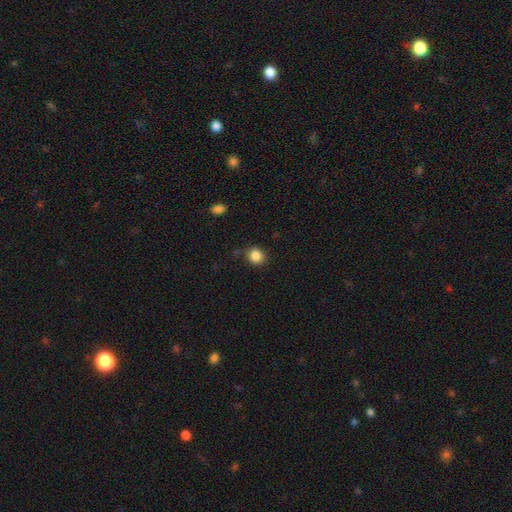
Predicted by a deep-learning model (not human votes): smooth-or-featured: smooth: 85% | star or artifact: 11% | featured or disk: 4%
  how-rounded: round: 78% | in between: 21% | cigar-shaped: 1%
  merging: none: 83% | minor disturbance: 12% | major disturbance: 3% | merger: 2%